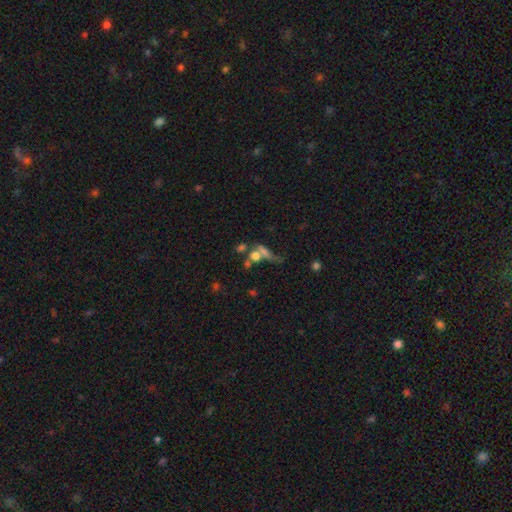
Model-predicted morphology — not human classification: Smooth or featured? Predicted: smooth (p=0.56). How rounded? Predicted: in between (p=0.43, tied with round). Merging? Predicted: merger (p=0.43).